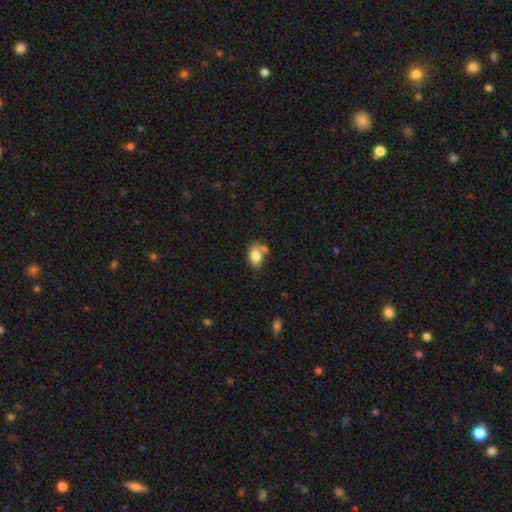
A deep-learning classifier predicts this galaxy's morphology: The model was most divided on "merging": none: 45%, merger: 27%, minor disturbance: 21%, major disturbance: 8%. More confident: how rounded — in between (84%); smooth or featured — smooth (80%).